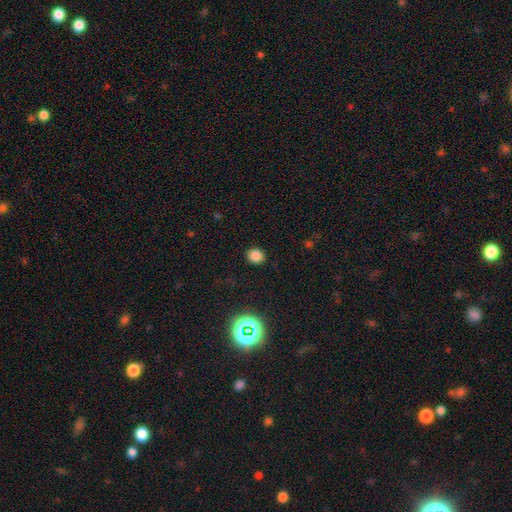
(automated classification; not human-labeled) Smooth or featured? smooth (80%)
How rounded? round (71%)
Merging? none (88%)